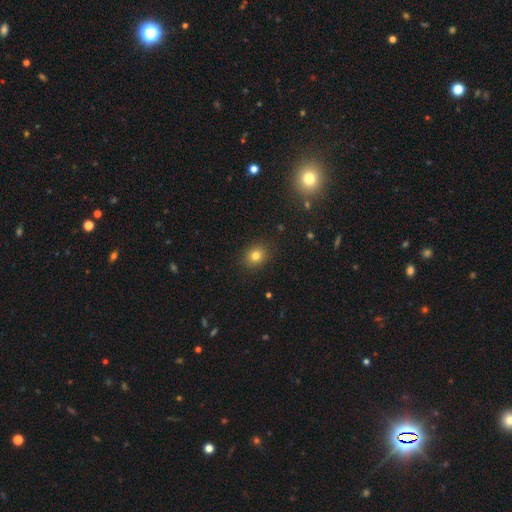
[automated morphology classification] This is likely a smooth galaxy (78%). How rounded: likely round (61%). Merging: clearly none (88%).